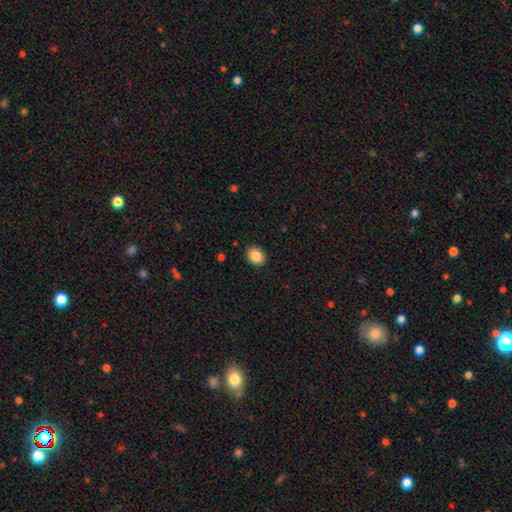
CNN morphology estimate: Smooth or featured? smooth (87%)
How rounded? in between (61%)
Merging? none (89%)